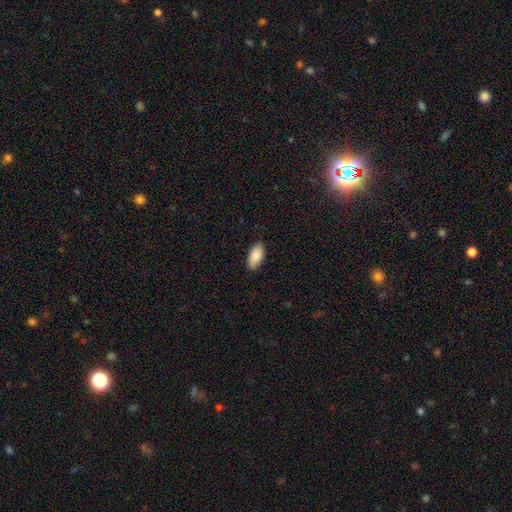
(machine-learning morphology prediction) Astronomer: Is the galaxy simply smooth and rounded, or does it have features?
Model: smooth — 90%.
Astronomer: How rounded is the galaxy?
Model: in between — 94%.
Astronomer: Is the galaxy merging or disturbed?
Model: none — 87%.